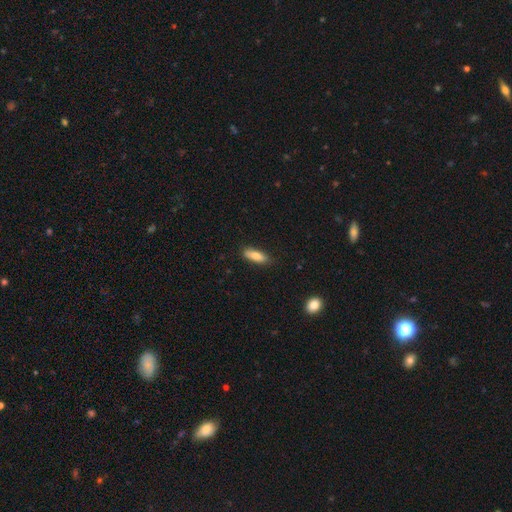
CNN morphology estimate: smooth_or_featured: smooth (p=0.80) [alt: featured or disk p=0.14]
how_rounded: in between (p=0.55) [alt: cigar-shaped p=0.43]
merging: none (p=0.84) [alt: minor disturbance p=0.13]